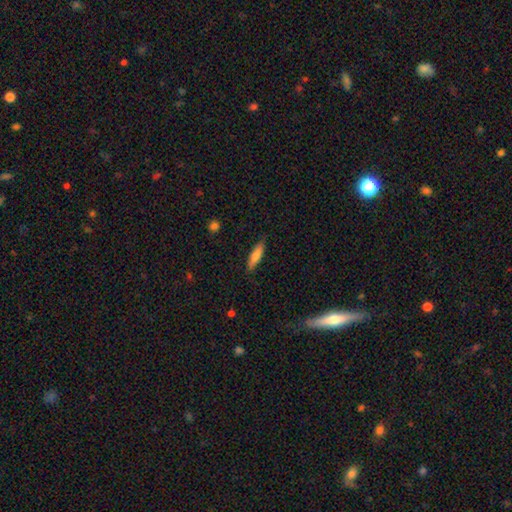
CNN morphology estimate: smooth_or_featured: smooth (p=0.71) [alt: featured or disk p=0.23]
how_rounded: cigar-shaped (p=0.70) [alt: in between p=0.29]
merging: none (p=0.84) [alt: minor disturbance p=0.12]